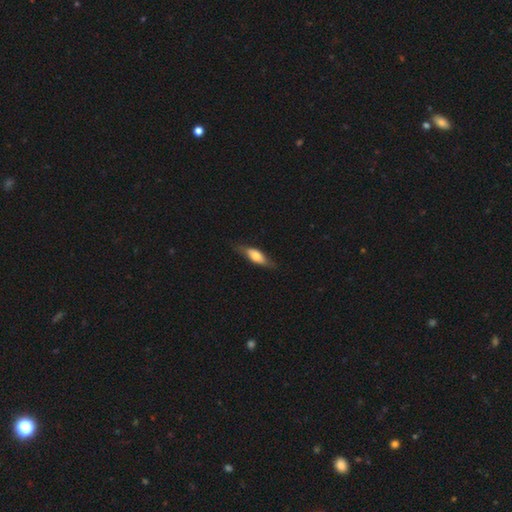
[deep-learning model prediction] smooth 63%, featured or disk 31%, star or artifact 6%. Down the decision tree: how rounded — in between (65%); merging — none (73%).